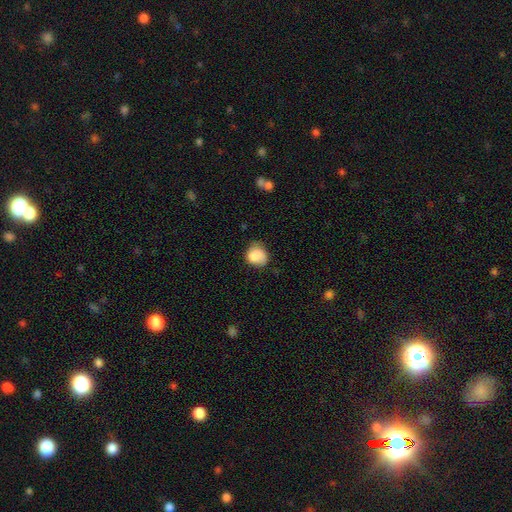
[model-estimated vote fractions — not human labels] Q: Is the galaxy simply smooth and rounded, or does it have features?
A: smooth — 84%.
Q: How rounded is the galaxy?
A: round — 66%.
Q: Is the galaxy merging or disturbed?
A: none — 56%.